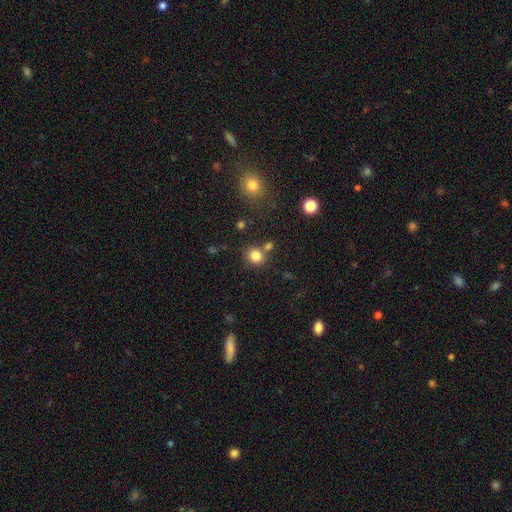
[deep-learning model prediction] Smooth or featured?
  - smooth: 82% *
  - star or artifact: 12%
  - featured or disk: 6%
How rounded?
  - round: 78% *
  - in between: 21%
  - cigar-shaped: 1%
Merging?
  - none: 70% *
  - merger: 16%
  - minor disturbance: 10%
  - major disturbance: 4%